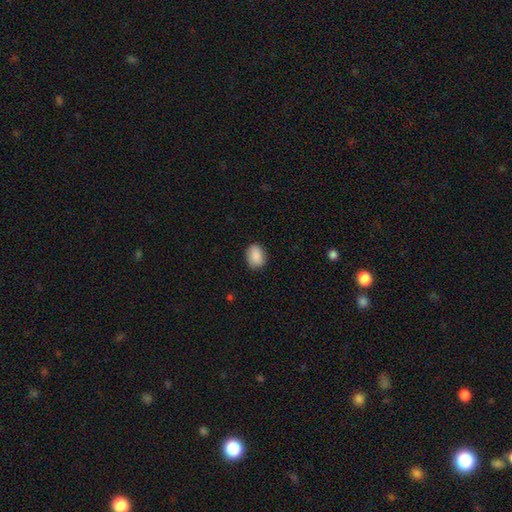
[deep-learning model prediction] Morphology: type=smooth (87%); roundness=in between (69%); merging=none (85%).